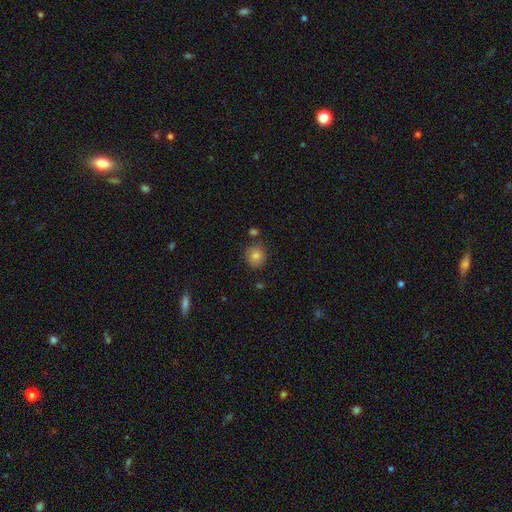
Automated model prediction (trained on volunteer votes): A smooth galaxy with no disk features (81%) that is round (85%).

Vote fractions:
- Smooth or featured? smooth: 81% / star or artifact: 12% / featured or disk: 8%
- How rounded? round: 85% / in between: 14% / cigar-shaped: 1%
- Merging? none: 81% / minor disturbance: 11% / merger: 6% / major disturbance: 3%